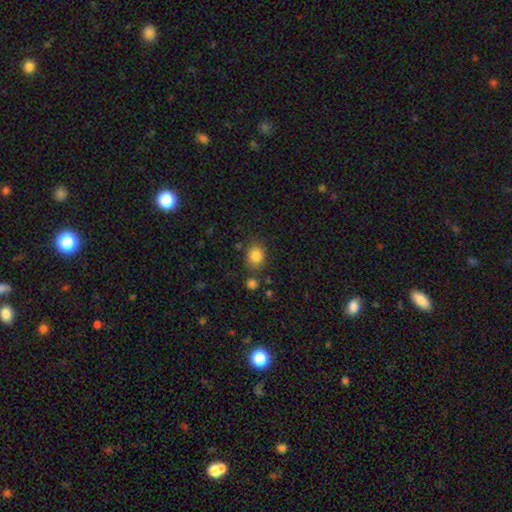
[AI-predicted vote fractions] The model was most divided on "how rounded": round: 63%, in between: 36%, cigar-shaped: 1%. More confident: smooth or featured — smooth (85%); merging — none (77%).